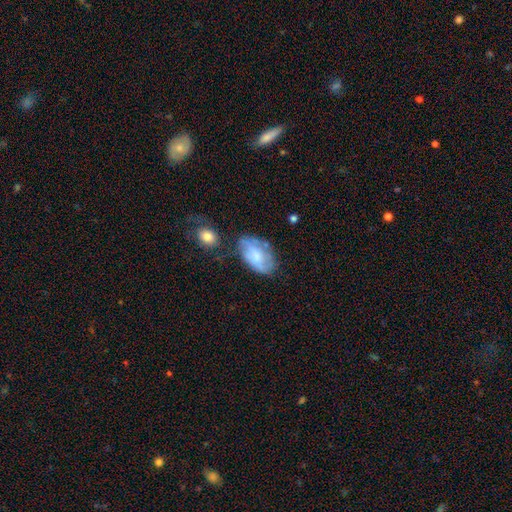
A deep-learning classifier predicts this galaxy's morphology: Smooth or featured?
  - smooth: 55% *
  - featured or disk: 37%
  - star or artifact: 8%
How rounded?
  - in between: 93% *
  - round: 6%
  - cigar-shaped: 2%
Merging?
  - none: 54% *
  - minor disturbance: 28%
  - major disturbance: 11%
  - merger: 8%